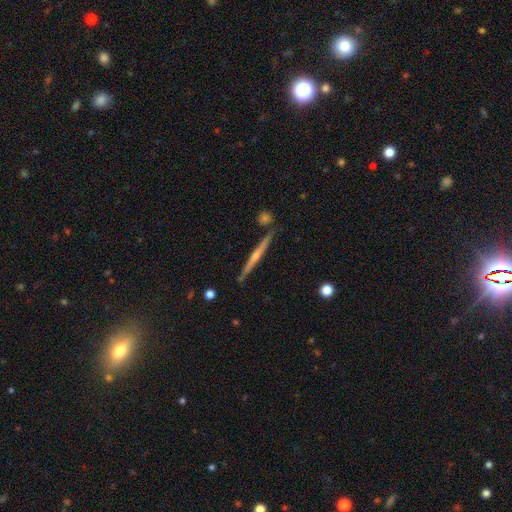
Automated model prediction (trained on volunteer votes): Overall: featured or disk (73%). Edge-on disk: yes (98%). Edge-on bulge: rounded (64%; none 30%). Merging: none (87%).